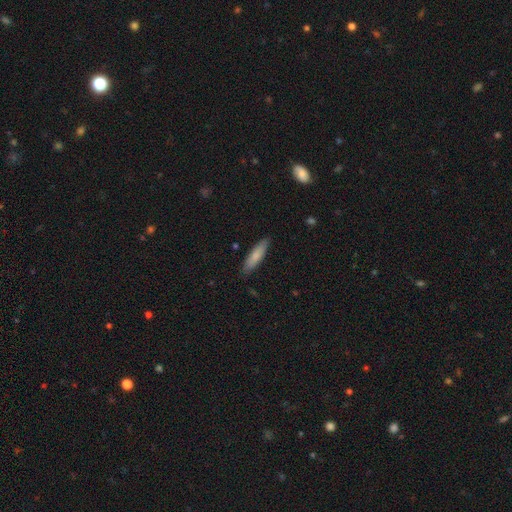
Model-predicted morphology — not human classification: smooth 80%, featured or disk 15%, star or artifact 6%. Down the decision tree: how rounded — cigar-shaped (74%); merging — none (86%).